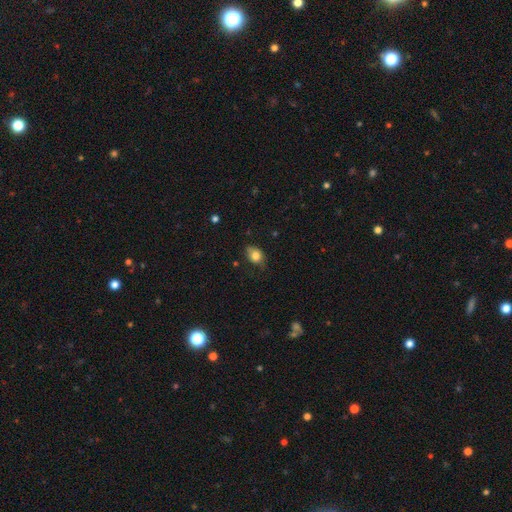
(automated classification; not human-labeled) Smooth or featured: smooth — 80% (featured or disk — 11%)
How rounded: in between — 68% (round — 30%)
Merging: none — 61% (minor disturbance — 30%)